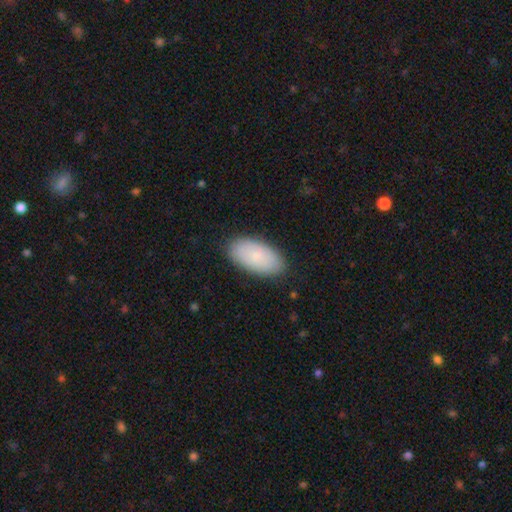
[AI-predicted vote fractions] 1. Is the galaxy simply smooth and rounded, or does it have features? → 84% smooth, 10% featured or disk, 6% star or artifact.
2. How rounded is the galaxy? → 95% in between, 2% round, 2% cigar-shaped.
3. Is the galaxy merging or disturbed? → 87% none, 10% minor disturbance, 2% major disturbance, 1% merger.